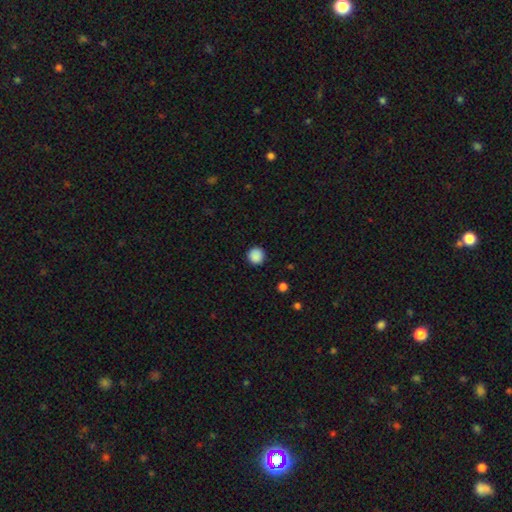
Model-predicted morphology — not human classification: Smooth or featured? Predicted: smooth (p=0.88). How rounded? Predicted: round (p=0.94). Merging? Predicted: none (p=0.90).